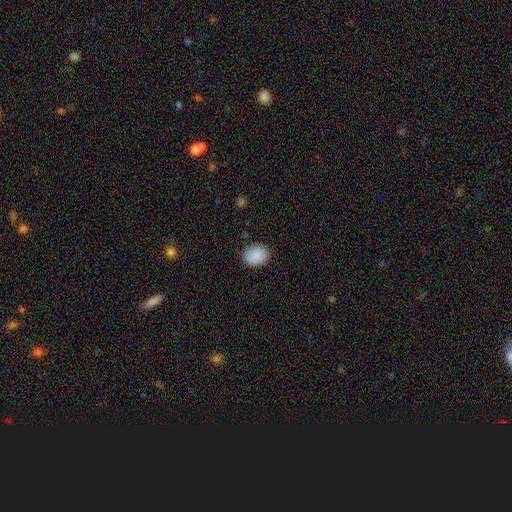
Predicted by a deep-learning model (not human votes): Smooth or featured? smooth (89%)
How rounded? round (60%)
Merging? none (88%)